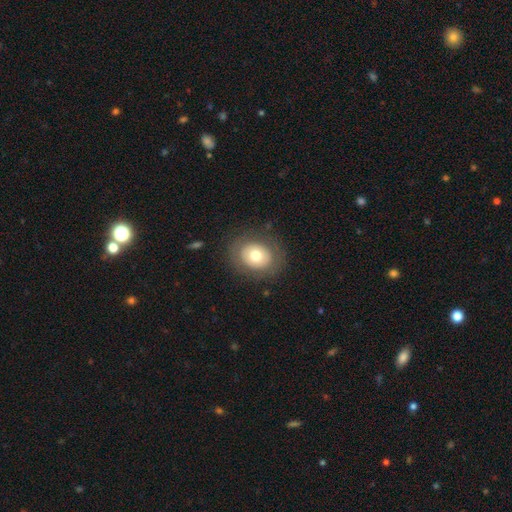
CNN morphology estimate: Smooth or featured?
  - smooth: 66% *
  - featured or disk: 26%
  - star or artifact: 8%
How rounded?
  - round: 57% *
  - in between: 42%
  - cigar-shaped: 1%
Merging?
  - none: 83% *
  - minor disturbance: 10%
  - major disturbance: 6%
  - merger: 1%